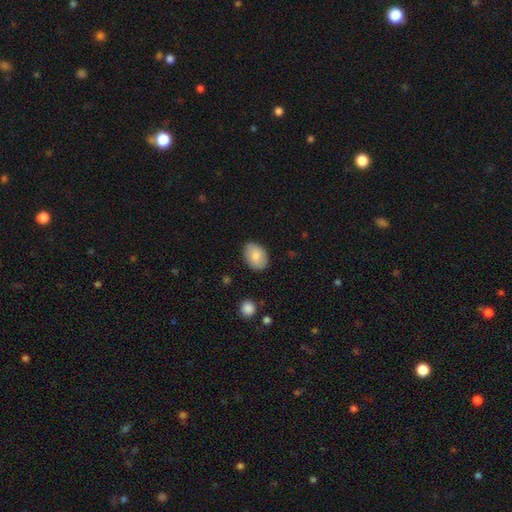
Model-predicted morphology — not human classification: Smooth or featured: smooth — 84% (featured or disk — 9%)
How rounded: in between — 81% (round — 18%)
Merging: none — 84% (minor disturbance — 12%)